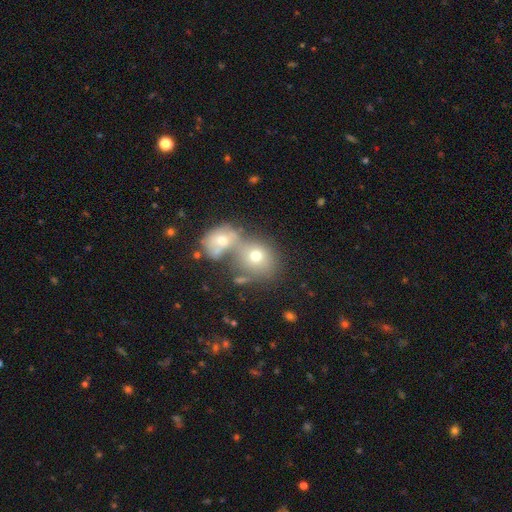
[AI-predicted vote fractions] Q: Smooth or featured?
A: smooth (67%); runner-up: featured or disk (20%)
Q: How rounded?
A: round (72%); runner-up: in between (27%)
Q: Merging?
A: merger (60%); runner-up: none (27%)